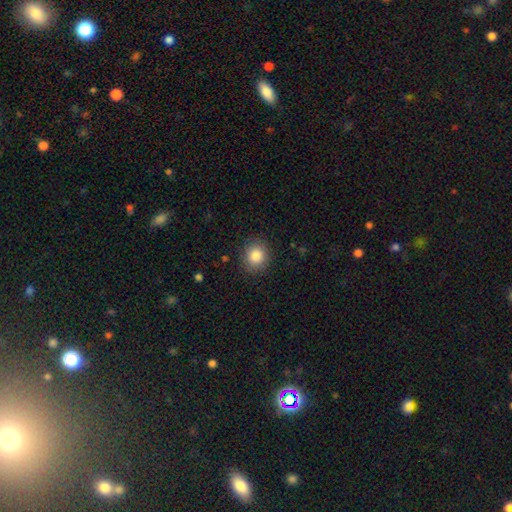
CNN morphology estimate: smooth_or_featured: smooth (p=0.85) [alt: star or artifact p=0.09]
how_rounded: round (p=0.82) [alt: in between p=0.17]
merging: none (p=0.87) [alt: minor disturbance p=0.09]